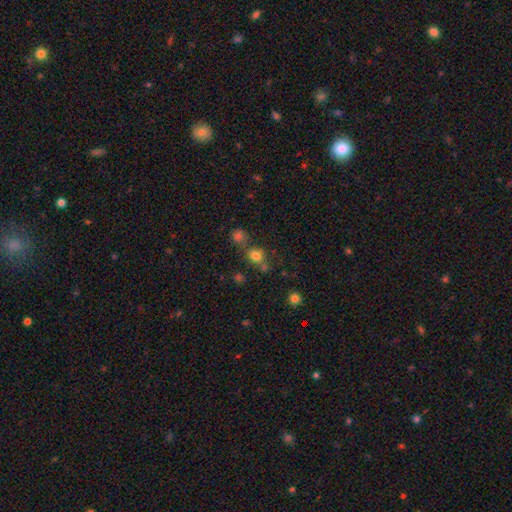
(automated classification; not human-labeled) Morphology: type=smooth (76%); roundness=round (77%); merging=none (59%).